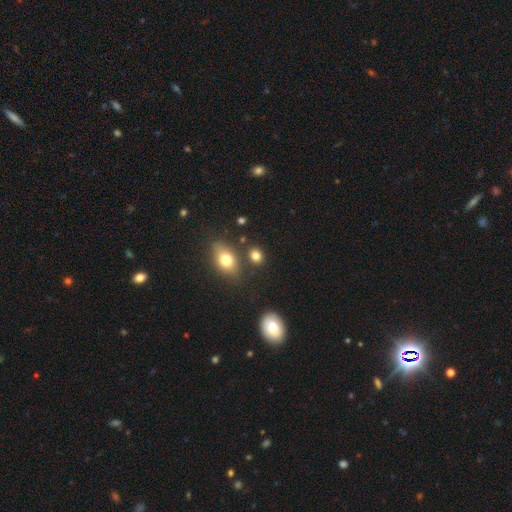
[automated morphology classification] type=smooth (81%); roundness=round (50%); merging=none (77%).